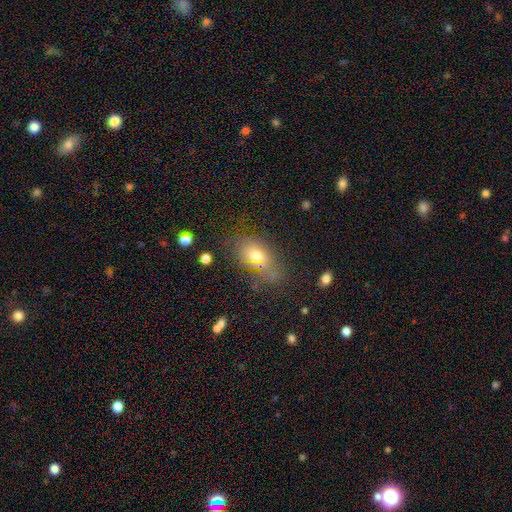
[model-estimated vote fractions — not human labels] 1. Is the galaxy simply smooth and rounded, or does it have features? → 65% smooth, 19% featured or disk, 16% star or artifact.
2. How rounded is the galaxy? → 80% in between, 16% round, 4% cigar-shaped.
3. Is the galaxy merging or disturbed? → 61% none, 22% minor disturbance, 13% major disturbance, 5% merger.